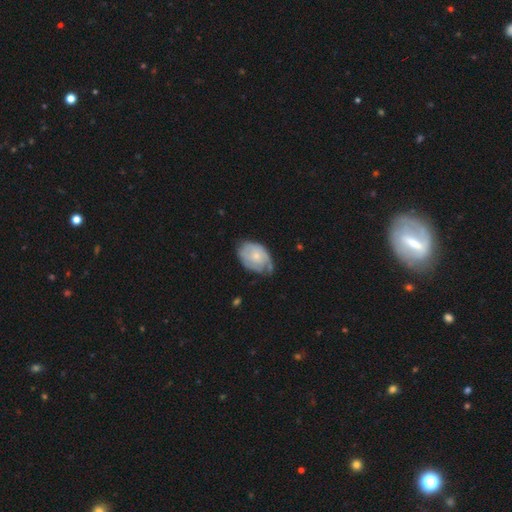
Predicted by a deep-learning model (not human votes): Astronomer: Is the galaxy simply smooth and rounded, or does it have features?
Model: featured or disk — 54% (runner-up: smooth, 40%).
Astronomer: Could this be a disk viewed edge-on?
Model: no — 96%.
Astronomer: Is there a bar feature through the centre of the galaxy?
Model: no — 82%.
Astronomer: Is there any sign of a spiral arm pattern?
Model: yes — 73%.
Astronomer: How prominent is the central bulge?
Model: small — 61%.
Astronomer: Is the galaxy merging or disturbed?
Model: none — 46% (runner-up: minor disturbance, 38%).